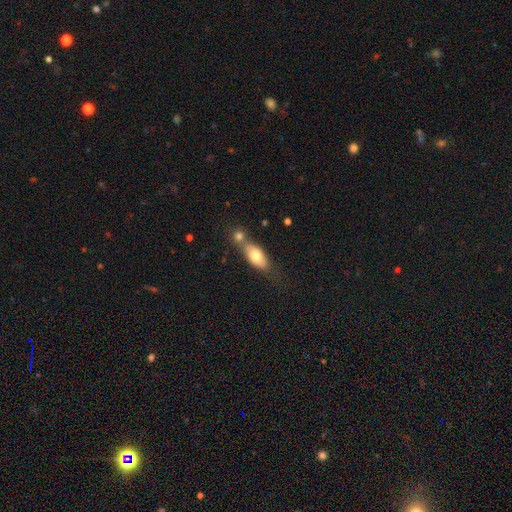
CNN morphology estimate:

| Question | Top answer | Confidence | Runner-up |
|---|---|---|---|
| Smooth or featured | smooth | 71% | featured or disk (22%) |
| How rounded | in between | 82% | cigar-shaped (13%) |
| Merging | merger | 41% | none (40%) |